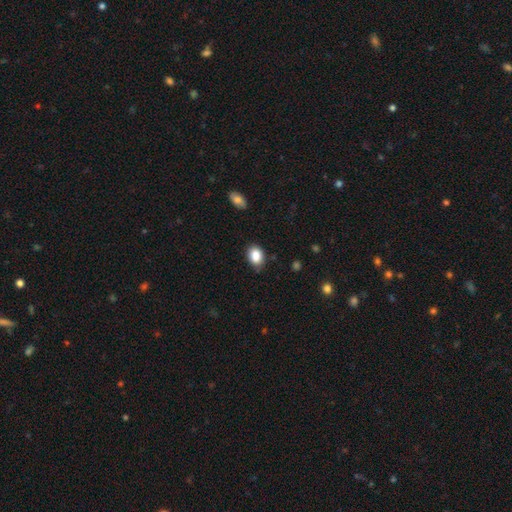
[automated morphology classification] A smooth galaxy with no disk features (87%) that is in between round and cigar-shaped (75%). Merging: none (78%).